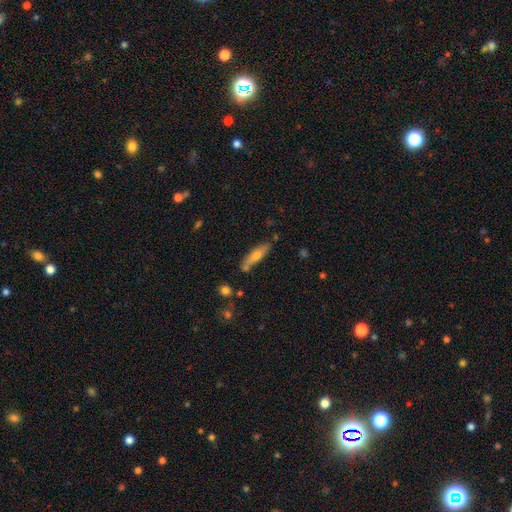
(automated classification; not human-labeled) Smooth or featured? smooth (60%)
How rounded? cigar-shaped (71%)
Merging? none (72%)